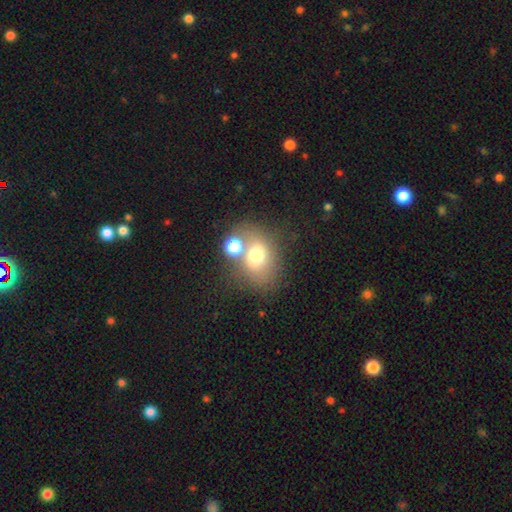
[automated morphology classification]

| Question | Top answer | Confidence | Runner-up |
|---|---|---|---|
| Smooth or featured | smooth | 68% | featured or disk (19%) |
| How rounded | in between | 52% | round (47%) |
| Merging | none | 45% | merger (33%) |